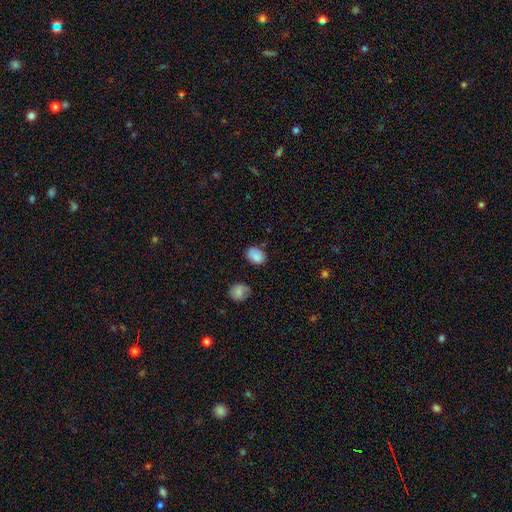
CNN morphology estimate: A smooth galaxy with no disk features (87%) that is in between round and cigar-shaped (74%).

Vote fractions:
- Smooth or featured? smooth: 87% / star or artifact: 9% / featured or disk: 5%
- How rounded? in between: 74% / round: 25% / cigar-shaped: 1%
- Merging? none: 75% / minor disturbance: 18% / major disturbance: 4% / merger: 3%